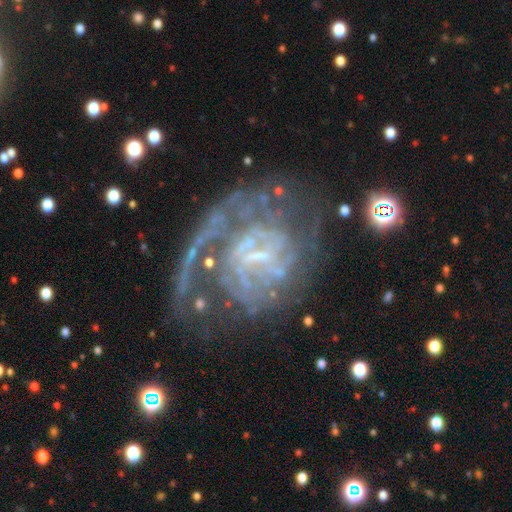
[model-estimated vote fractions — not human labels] Morphology: type=featured or disk (83%); edge-on=no (98%); bar=weak (47%); spiral arms=yes (86%); winding=tight (45%); arm count=can't tell (35%); bulge=none (42%); merging=none (45%).